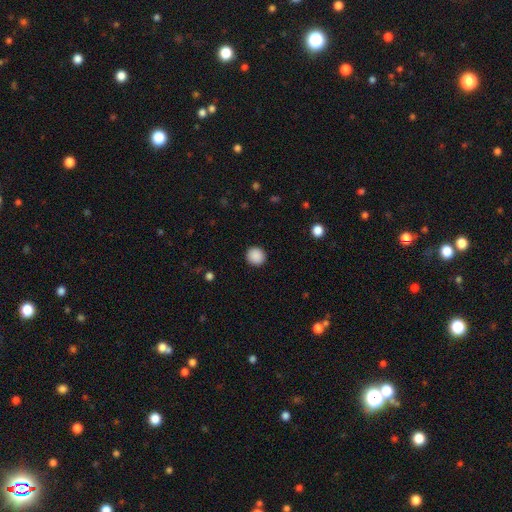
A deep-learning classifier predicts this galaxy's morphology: A smooth galaxy with no disk features (89%) that is round (90%).

Vote fractions:
- Smooth or featured? smooth: 89% / star or artifact: 8% / featured or disk: 2%
- How rounded? round: 90% / in between: 9% / cigar-shaped: 1%
- Merging? none: 92% / minor disturbance: 5% / major disturbance: 2% / merger: 1%